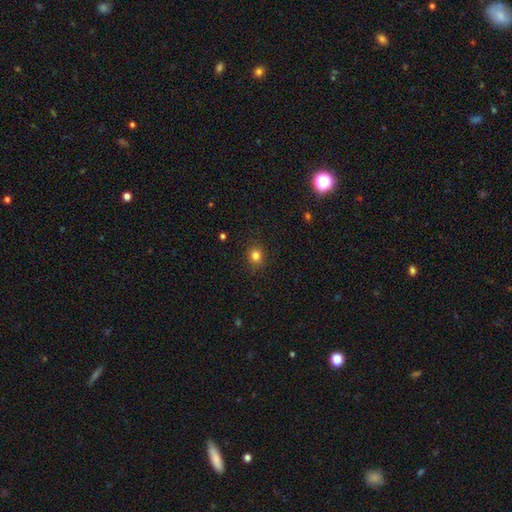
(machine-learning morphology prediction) smooth-or-featured: smooth: 82% | star or artifact: 12% | featured or disk: 5%
  how-rounded: round: 81% | in between: 18% | cigar-shaped: 1%
  merging: none: 89% | minor disturbance: 8% | major disturbance: 2% | merger: 1%